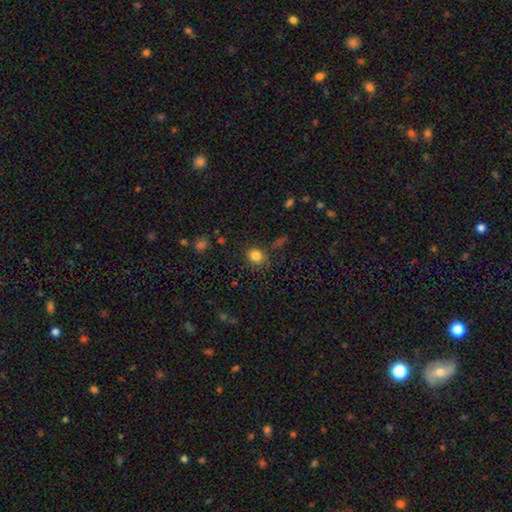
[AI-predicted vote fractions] A smooth galaxy with no disk features (83%) that is round (74%).

Vote fractions:
- Smooth or featured? smooth: 83% / star or artifact: 12% / featured or disk: 5%
- How rounded? round: 74% / in between: 25% / cigar-shaped: 1%
- Merging? none: 82% / minor disturbance: 12% / major disturbance: 4% / merger: 2%